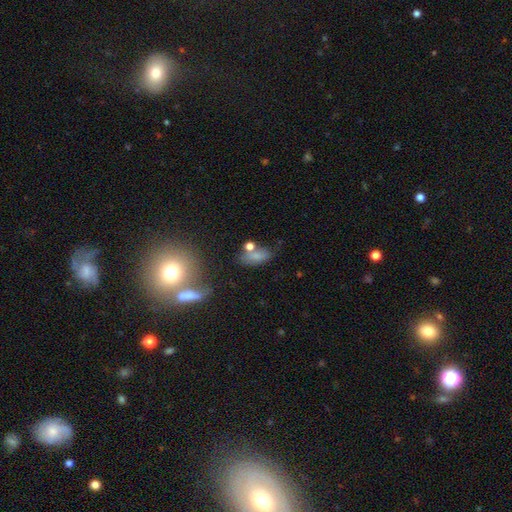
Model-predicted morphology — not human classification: A smooth galaxy with no disk features (73%) that is in between round and cigar-shaped (83%).

Vote fractions:
- Smooth or featured? smooth: 73% / star or artifact: 14% / featured or disk: 14%
- How rounded? in between: 83% / cigar-shaped: 8% / round: 8%
- Merging? none: 53% / merger: 20% / minor disturbance: 18% / major disturbance: 9%